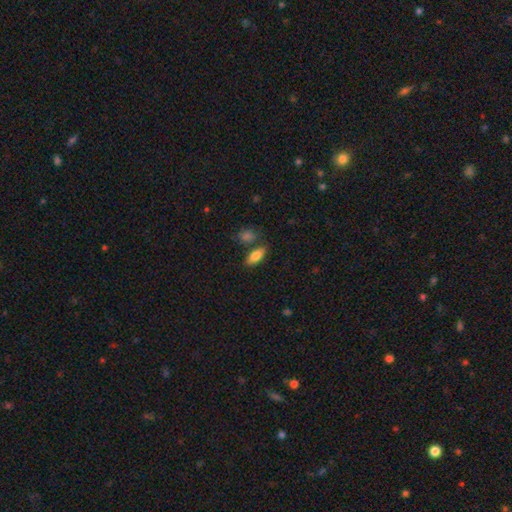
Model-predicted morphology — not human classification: This is clearly a smooth galaxy (83%). How rounded: clearly in between (83%). Merging: likely none (74%).